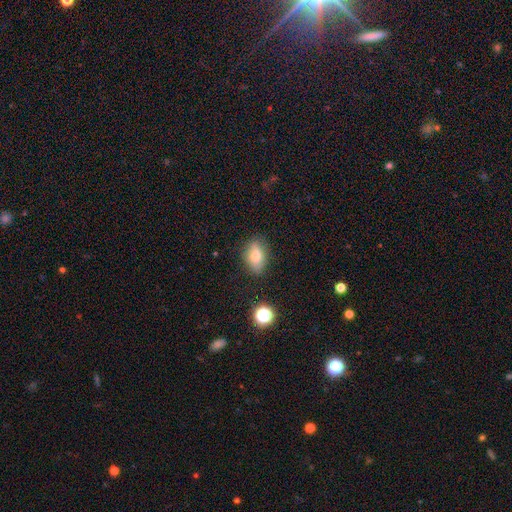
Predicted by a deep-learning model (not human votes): Smooth or featured? smooth (72%)
How rounded? in between (81%)
Merging? none (80%)